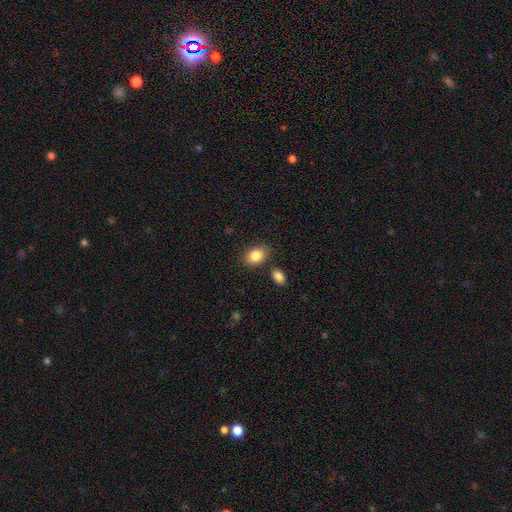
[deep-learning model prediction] Overall: smooth (85%). How rounded: in between (77%). Merging: none (80%).